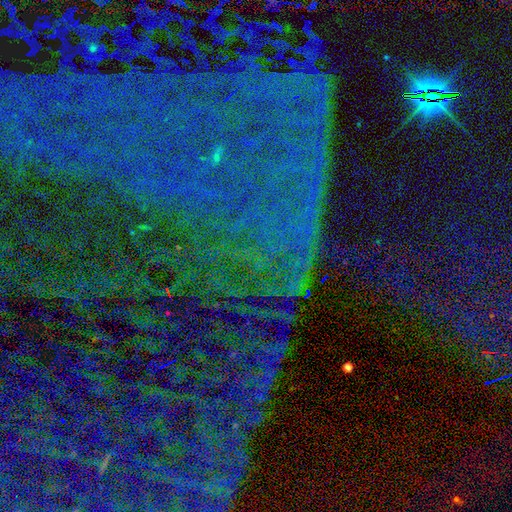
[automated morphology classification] A star or artifact, not a galaxy (84%).

Vote fractions:
- Smooth or featured? star or artifact: 84% / featured or disk: 8% / smooth: 7%